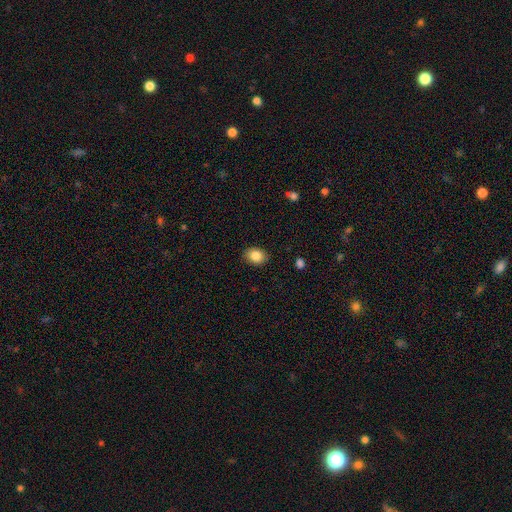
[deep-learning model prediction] A smooth galaxy with no disk features (84%) that is in between round and cigar-shaped (61%). Merging: none (88%).